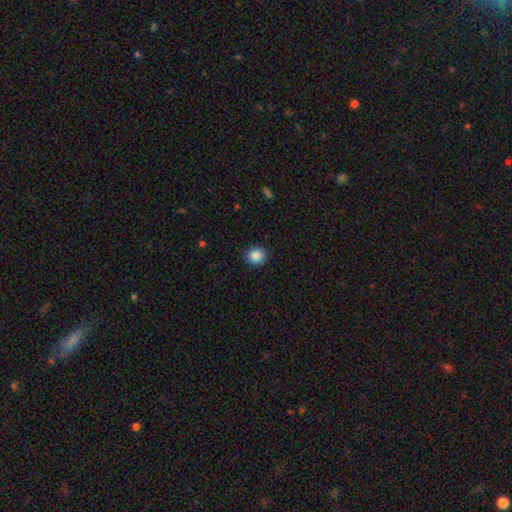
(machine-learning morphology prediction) A smooth galaxy with no disk features (87%) that is round (84%).

Vote fractions:
- Smooth or featured? smooth: 87% / star or artifact: 9% / featured or disk: 4%
- How rounded? round: 84% / in between: 15% / cigar-shaped: 1%
- Merging? none: 91% / minor disturbance: 6% / major disturbance: 2% / merger: 1%